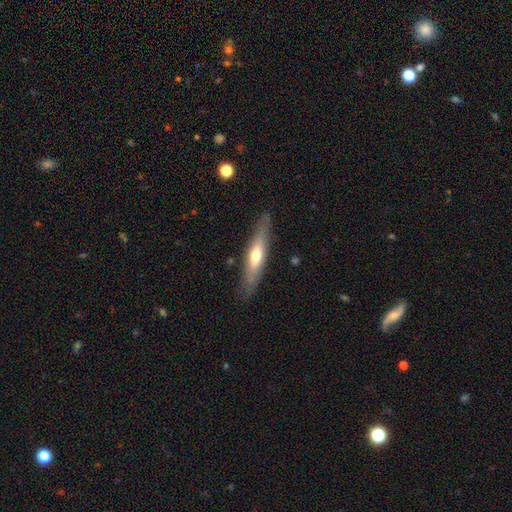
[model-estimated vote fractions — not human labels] A smooth galaxy with no disk features (50%) that is cigar-shaped (76%).

Vote fractions:
- Smooth or featured? smooth: 50% / featured or disk: 44% / star or artifact: 6%
- How rounded? cigar-shaped: 76% / in between: 23% / round: 2%
- Merging? none: 84% / minor disturbance: 12% / major disturbance: 3% / merger: 1%